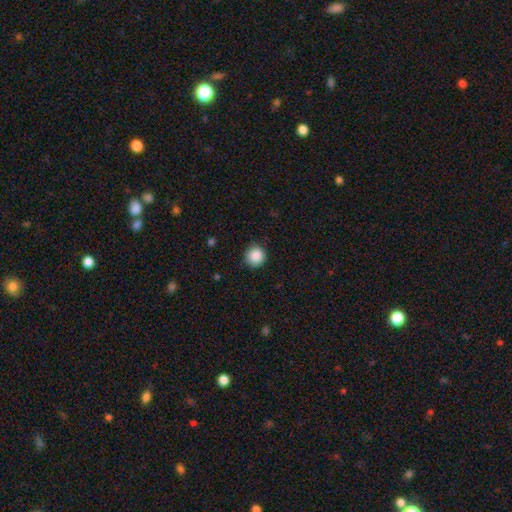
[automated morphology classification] The model was most divided on "smooth or featured": smooth: 88%, star or artifact: 9%, featured or disk: 3%. More confident: how rounded — round (95%); merging — none (88%).